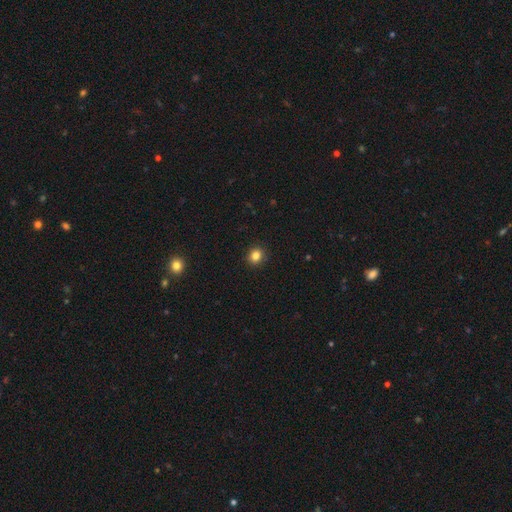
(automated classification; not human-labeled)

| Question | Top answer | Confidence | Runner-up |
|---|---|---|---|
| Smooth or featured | smooth | 83% | star or artifact (12%) |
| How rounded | round | 81% | in between (18%) |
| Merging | none | 91% | minor disturbance (6%) |